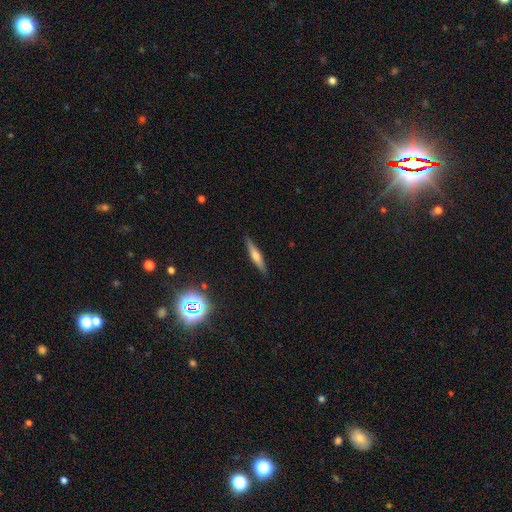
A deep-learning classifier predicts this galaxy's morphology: A smooth galaxy with no disk features (46%).

Vote fractions:
- Smooth or featured? smooth: 46% / featured or disk: 45% / star or artifact: 9%
- Merging? none: 88% / minor disturbance: 9% / major disturbance: 2% / merger: 1%